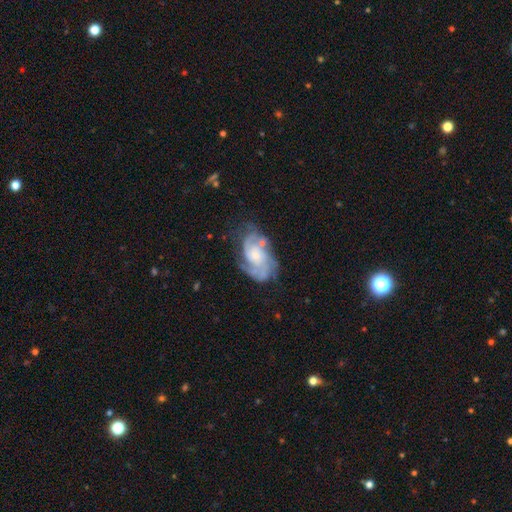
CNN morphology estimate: smooth-or-featured: featured or disk: 83% | smooth: 11% | star or artifact: 6%
  disk-edge-on: no: 97% | yes: 3%
    bar: no: 69% | weak: 27% | strong: 4%
    has-spiral-arms: yes: 94% | no: 6%
      spiral-winding: tight: 48% | medium: 40% | loose: 12%
      spiral-arm-count: 2: 33% | 3: 25% | can't tell: 25% | 4: 8% | 1: 5% | more than 4: 4%
    bulge-size: small: 56% | moderate: 33% | none: 6% | large: 4% | dominant: 1%
  merging: none: 58% | minor disturbance: 24% | major disturbance: 14% | merger: 5%